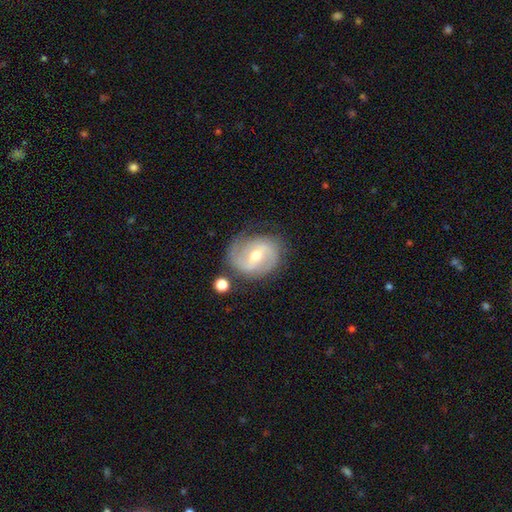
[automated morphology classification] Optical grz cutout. It shows a featured or disk galaxy (78%) with a weak bar (52%), 2 (80%) medium (46%) spiral arms (91%) and a moderate central bulge (63%). Merging: none (72%).